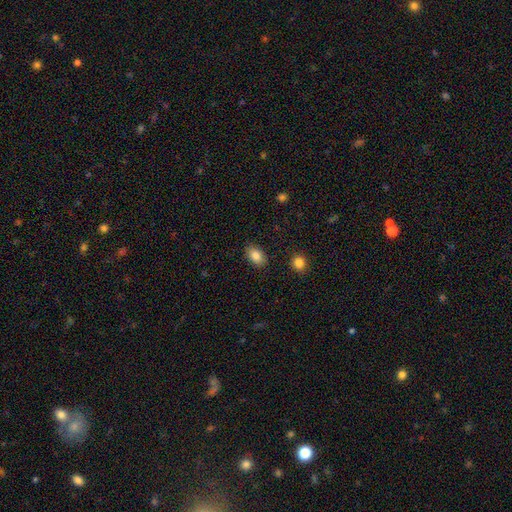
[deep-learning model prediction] The model was most divided on "how rounded": in between: 87%, round: 11%, cigar-shaped: 1%. More confident: merging — none (86%); smooth or featured — smooth (85%).